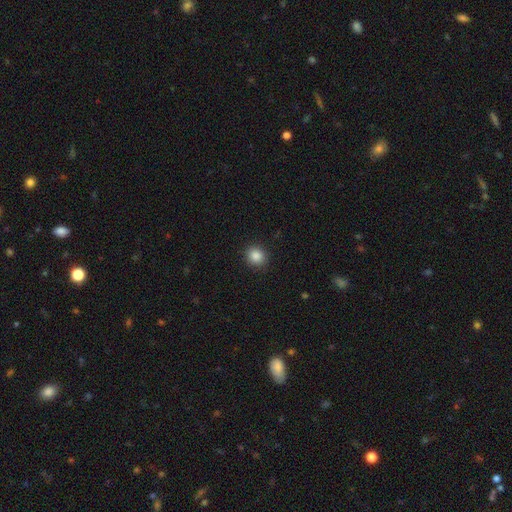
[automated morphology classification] Smooth or featured? smooth (87%)
How rounded? round (83%)
Merging? none (91%)